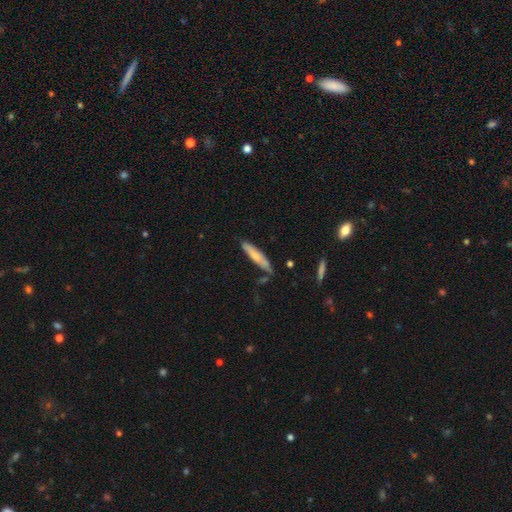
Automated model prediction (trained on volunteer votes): Morphology: type=smooth (66%); roundness=cigar-shaped (84%); merging=none (66%).